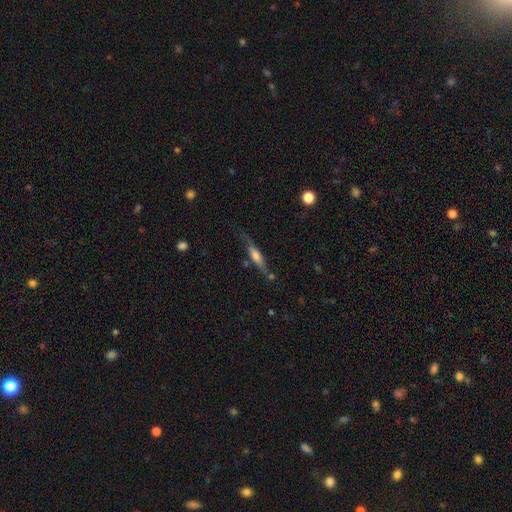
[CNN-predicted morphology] A featured or disk galaxy (53%) viewed edge-on (87%).

Vote fractions:
- Smooth or featured? featured or disk: 53% / smooth: 39% / star or artifact: 7%
- Edge-on disk? yes: 87% / no: 13%
- Merging? none: 66% / minor disturbance: 21% / major disturbance: 7% / merger: 6%